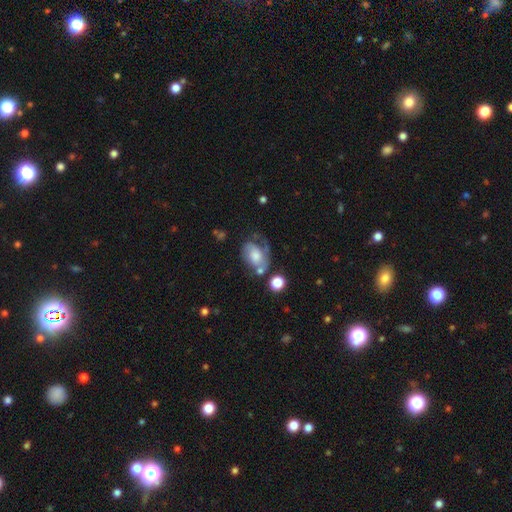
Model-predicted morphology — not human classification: Smooth or featured? Predicted: featured or disk (p=0.49). Merging? Predicted: none (p=0.35).